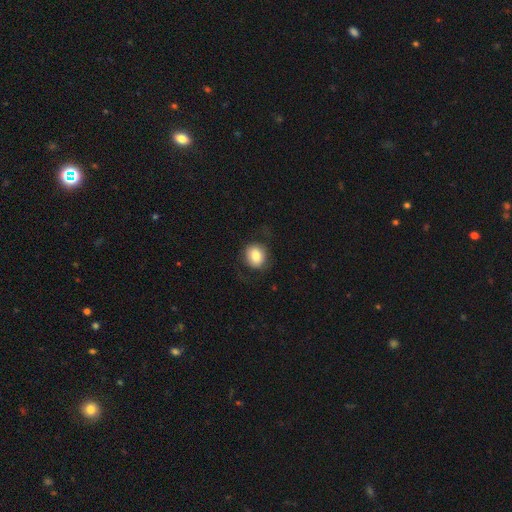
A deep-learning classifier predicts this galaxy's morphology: A smooth galaxy with no disk features (78%) that is round (72%). Merging: none (77%).